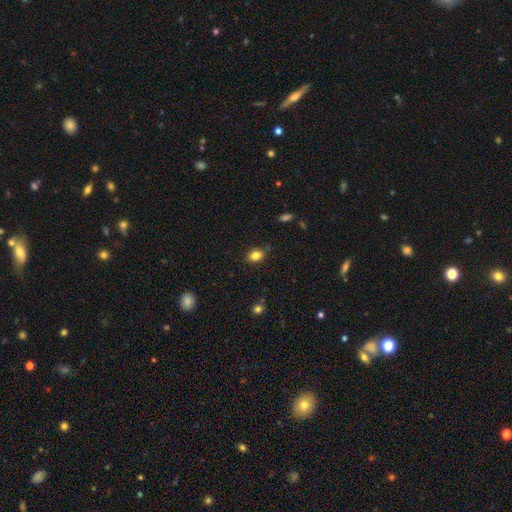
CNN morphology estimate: The model was most divided on "how rounded": in between: 72%, round: 26%, cigar-shaped: 2%. More confident: smooth or featured — smooth (83%); merging — none (81%).